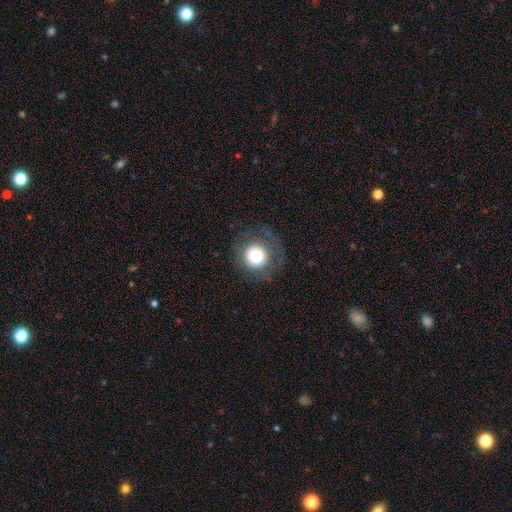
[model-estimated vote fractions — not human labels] This appears to be a smooth galaxy with no disk features (71%) that is round (93%). Merging: none (73%).